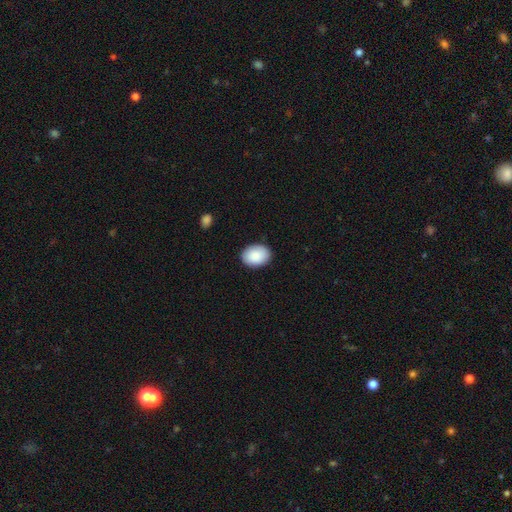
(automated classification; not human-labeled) smooth-or-featured: smooth: 89% | star or artifact: 6% | featured or disk: 5%
  how-rounded: in between: 73% | round: 27% | cigar-shaped: 1%
  merging: none: 89% | minor disturbance: 8% | major disturbance: 2% | merger: 1%